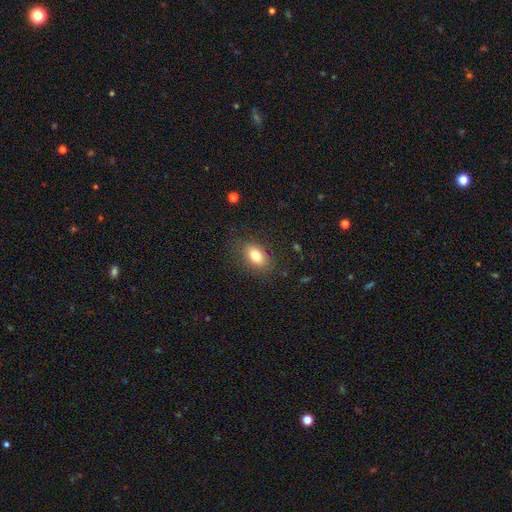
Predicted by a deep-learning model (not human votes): Smooth or featured: smooth — 78% (featured or disk — 12%)
How rounded: in between — 85% (round — 13%)
Merging: none — 84% (minor disturbance — 12%)